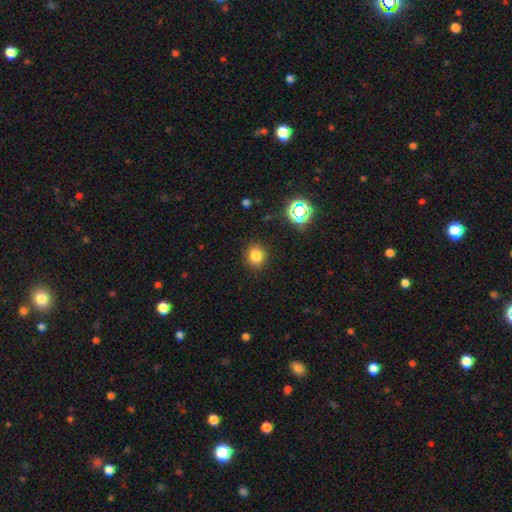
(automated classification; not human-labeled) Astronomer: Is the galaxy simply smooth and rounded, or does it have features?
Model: smooth — 80%.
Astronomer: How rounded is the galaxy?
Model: round — 80%.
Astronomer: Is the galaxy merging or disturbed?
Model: none — 88%.